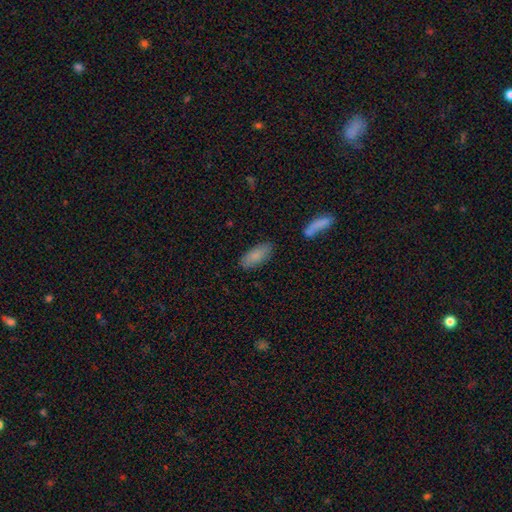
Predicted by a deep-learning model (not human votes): Smooth or featured? smooth (84%)
How rounded? in between (80%)
Merging? none (83%)